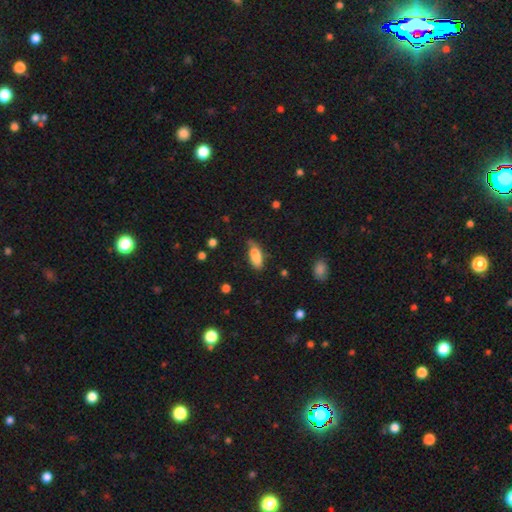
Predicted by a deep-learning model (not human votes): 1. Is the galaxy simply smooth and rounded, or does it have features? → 84% smooth, 10% featured or disk, 7% star or artifact.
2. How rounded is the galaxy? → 77% in between, 20% cigar-shaped, 2% round.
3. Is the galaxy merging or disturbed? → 63% none, 28% minor disturbance, 7% major disturbance, 2% merger.